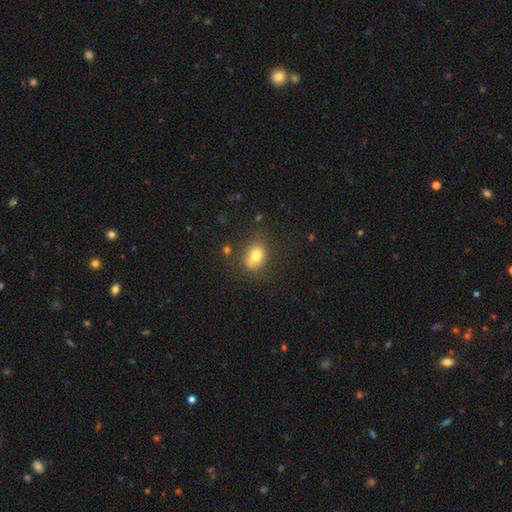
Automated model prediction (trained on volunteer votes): A smooth galaxy with no disk features (77%) that is in between round and cigar-shaped (64%).

Vote fractions:
- Smooth or featured? smooth: 77% / featured or disk: 13% / star or artifact: 10%
- How rounded? in between: 64% / round: 35% / cigar-shaped: 1%
- Merging? none: 69% / minor disturbance: 20% / major disturbance: 7% / merger: 4%